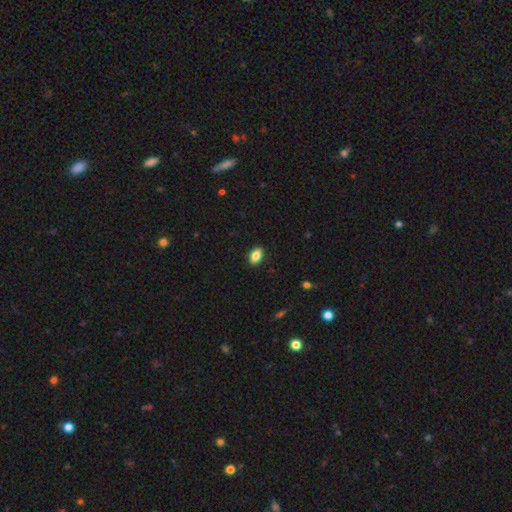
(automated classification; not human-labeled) smooth_or_featured: smooth (p=0.84) [alt: star or artifact p=0.08]
how_rounded: in between (p=0.89) [alt: round p=0.07]
merging: none (p=0.89) [alt: minor disturbance p=0.08]